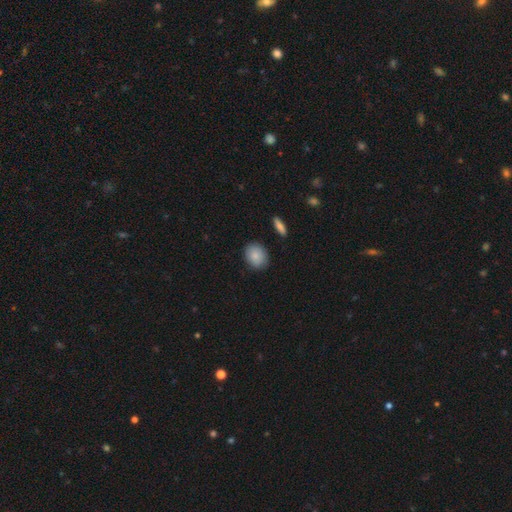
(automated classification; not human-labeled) smooth-or-featured: smooth: 87% | star or artifact: 7% | featured or disk: 6%
  how-rounded: in between: 59% | round: 40% | cigar-shaped: 1%
  merging: none: 86% | minor disturbance: 10% | major disturbance: 2% | merger: 2%